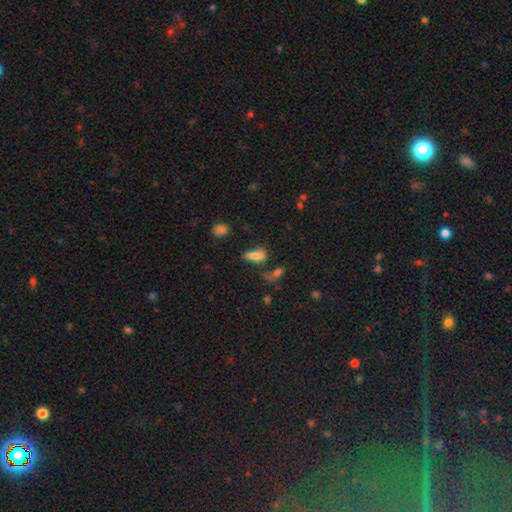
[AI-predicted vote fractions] smooth_or_featured: smooth (p=0.72) [alt: featured or disk p=0.15]
how_rounded: in between (p=0.69) [alt: cigar-shaped p=0.27]
merging: none (p=0.45) [alt: minor disturbance p=0.22]